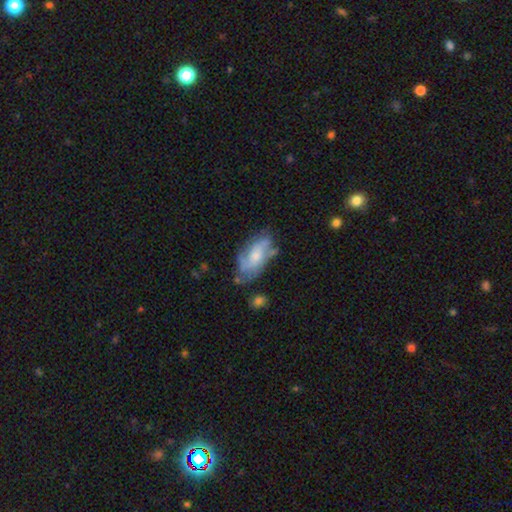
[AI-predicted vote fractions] Overall: featured or disk (63%; smooth 30%). Edge-on disk: no (93%). Bar: no (70%). Spiral arms: yes (80%). Bulge size: moderate (45%; small 41%). Merging: none (58%; minor disturbance 26%).